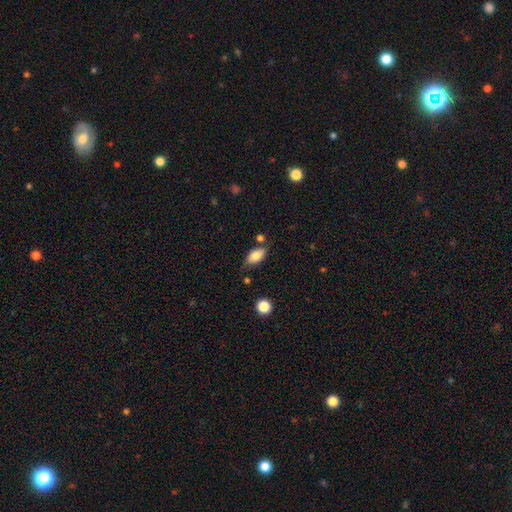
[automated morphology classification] type=smooth (83%); roundness=in between (92%); merging=none (73%).